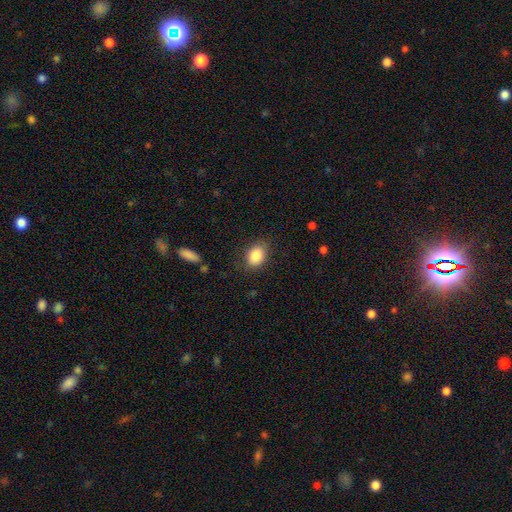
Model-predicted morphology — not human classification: Q: Smooth or featured?
A: smooth (87%); runner-up: star or artifact (8%)
Q: How rounded?
A: in between (75%); runner-up: round (24%)
Q: Merging?
A: none (80%); runner-up: minor disturbance (15%)